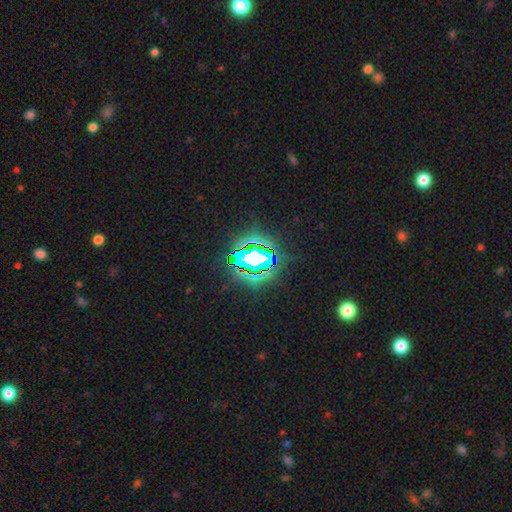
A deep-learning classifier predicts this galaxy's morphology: A star or artifact, not a galaxy (66%).